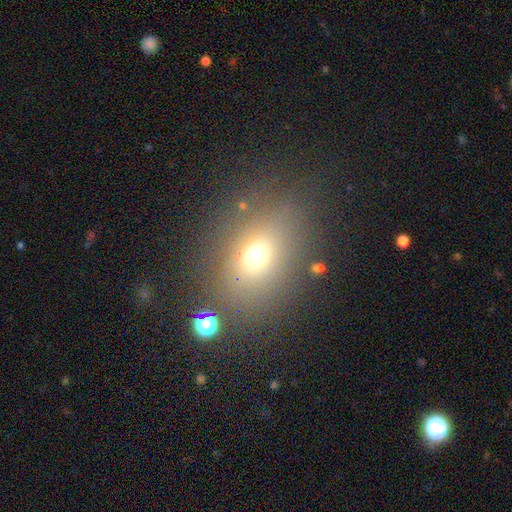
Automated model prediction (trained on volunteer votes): Smooth or featured? smooth (66%)
How rounded? in between (61%)
Merging? none (78%)